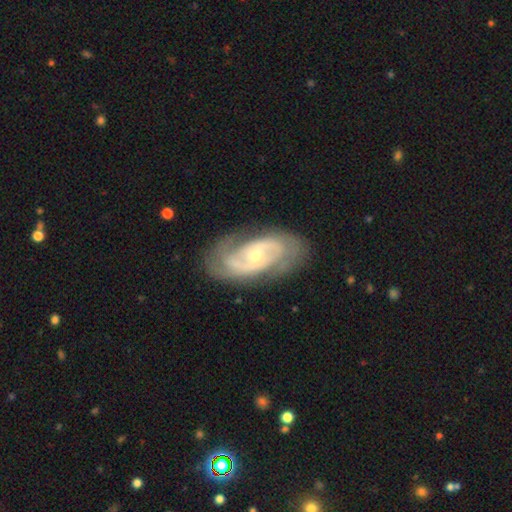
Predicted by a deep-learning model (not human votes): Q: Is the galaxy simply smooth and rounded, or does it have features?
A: featured or disk — 86%.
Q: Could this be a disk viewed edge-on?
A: no — 95%.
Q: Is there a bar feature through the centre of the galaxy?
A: no — 55%.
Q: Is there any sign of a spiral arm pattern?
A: yes — 94%.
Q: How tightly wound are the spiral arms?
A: medium — 45%.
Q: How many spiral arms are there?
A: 2 — 71%.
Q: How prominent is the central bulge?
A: small — 60%.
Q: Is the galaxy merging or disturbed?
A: none — 74%.